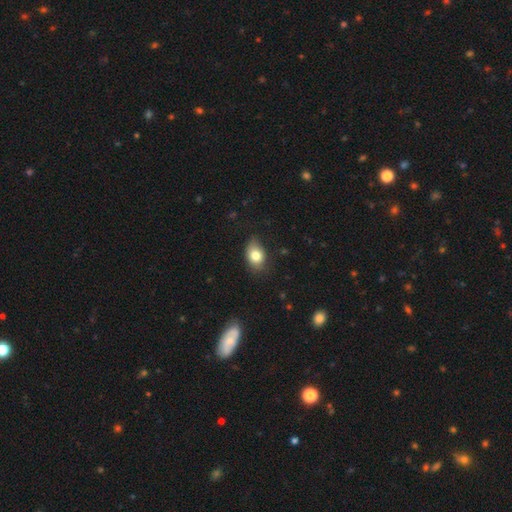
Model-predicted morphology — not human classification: The model was most divided on "merging": none: 69%, minor disturbance: 25%, major disturbance: 5%, merger: 1%. More confident: smooth or featured — smooth (80%); how rounded — in between (78%).